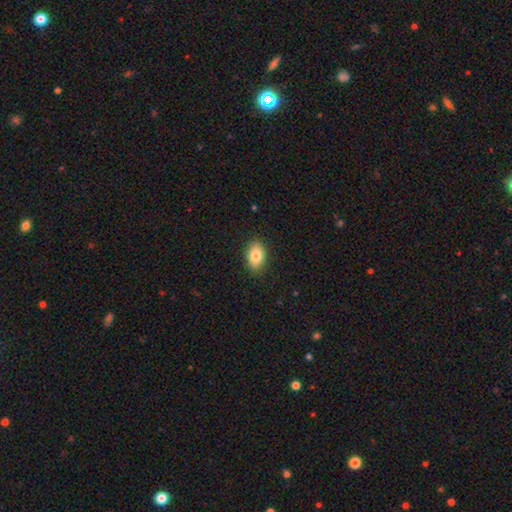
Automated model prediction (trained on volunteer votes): Smooth or featured? Predicted: smooth (p=0.83). How rounded? Predicted: in between (p=0.88). Merging? Predicted: none (p=0.88).